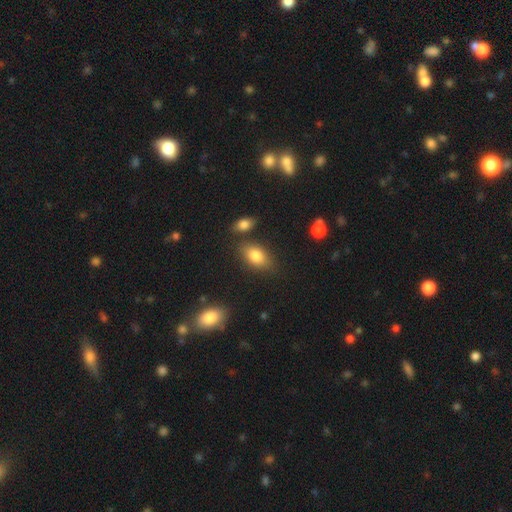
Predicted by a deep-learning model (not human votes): Q: Smooth or featured?
A: smooth (82%); runner-up: featured or disk (10%)
Q: How rounded?
A: in between (88%); runner-up: round (10%)
Q: Merging?
A: none (76%); runner-up: minor disturbance (13%)